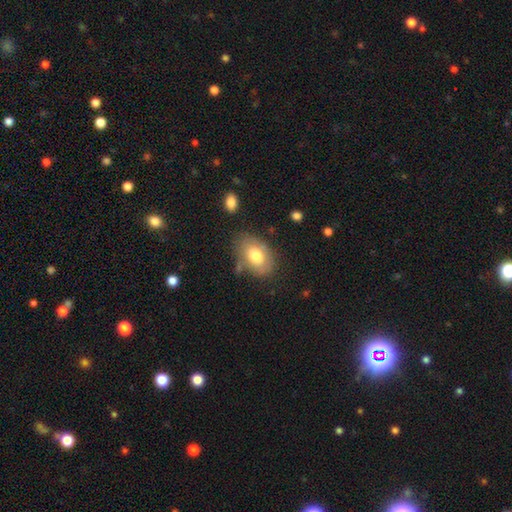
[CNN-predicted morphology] A smooth galaxy with no disk features (71%) that is in between round and cigar-shaped (86%). Merging: none (69%).